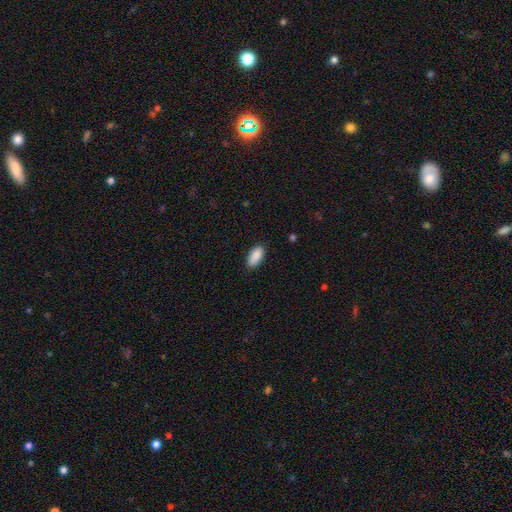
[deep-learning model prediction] smooth 90%, star or artifact 6%, featured or disk 4%. Down the decision tree: how rounded — in between (89%); merging — none (85%).